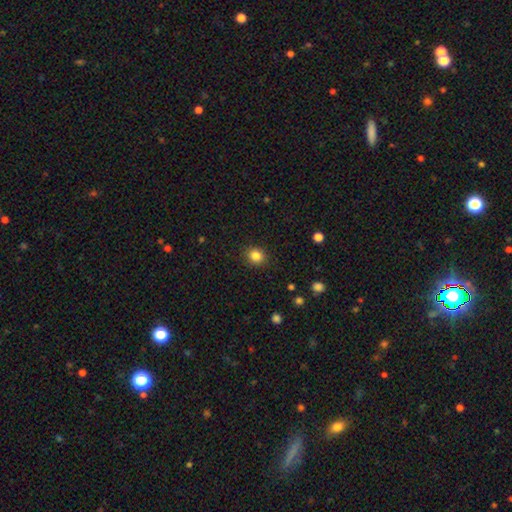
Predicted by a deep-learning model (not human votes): Morphology: type=smooth (84%); roundness=round (79%); merging=none (90%).